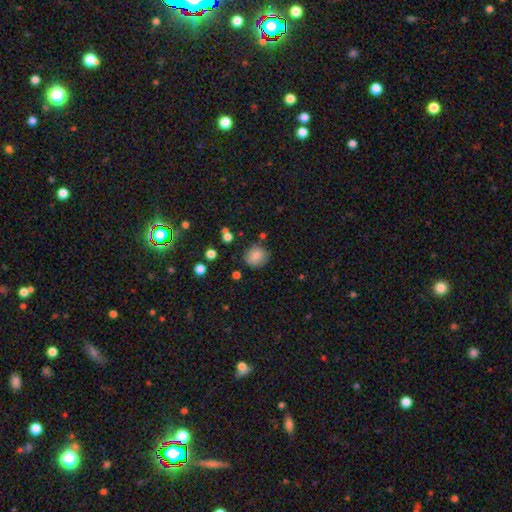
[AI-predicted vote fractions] Smooth or featured?
  - smooth: 83% *
  - star or artifact: 9%
  - featured or disk: 8%
How rounded?
  - round: 80% *
  - in between: 19%
  - cigar-shaped: 1%
Merging?
  - none: 79% *
  - minor disturbance: 14%
  - major disturbance: 4%
  - merger: 3%